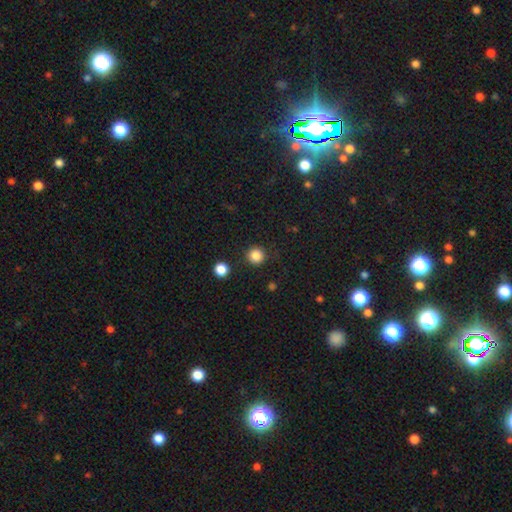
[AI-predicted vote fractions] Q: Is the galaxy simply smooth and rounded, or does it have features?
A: smooth — 85%.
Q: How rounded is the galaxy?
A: round — 95%.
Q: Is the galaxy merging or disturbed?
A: none — 89%.